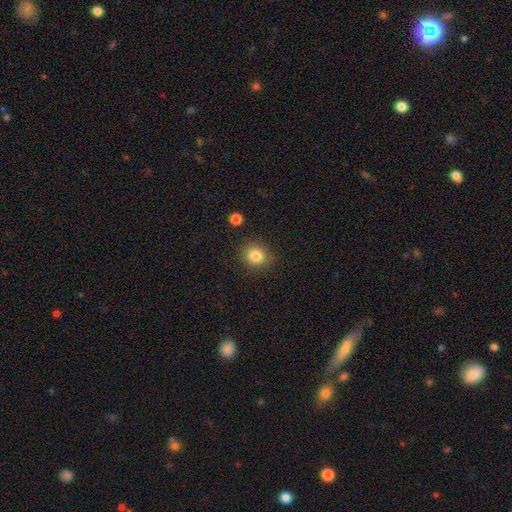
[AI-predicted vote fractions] Smooth or featured? Predicted: smooth (p=0.84). How rounded? Predicted: round (p=0.80). Merging? Predicted: none (p=0.86).